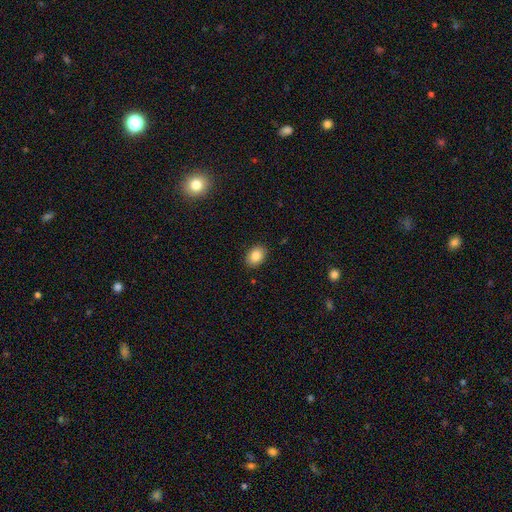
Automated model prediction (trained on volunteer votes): The model was most divided on "how rounded": in between: 73%, round: 26%, cigar-shaped: 1%. More confident: merging — none (89%); smooth or featured — smooth (85%).